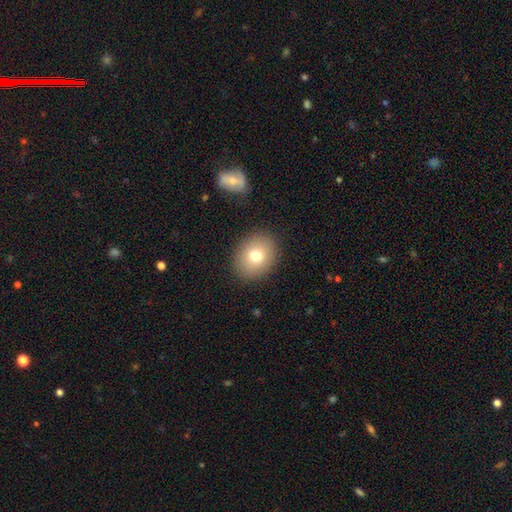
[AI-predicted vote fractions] Q: Smooth or featured?
A: smooth (76%); runner-up: featured or disk (14%)
Q: How rounded?
A: round (54%); runner-up: in between (45%)
Q: Merging?
A: none (88%); runner-up: minor disturbance (8%)